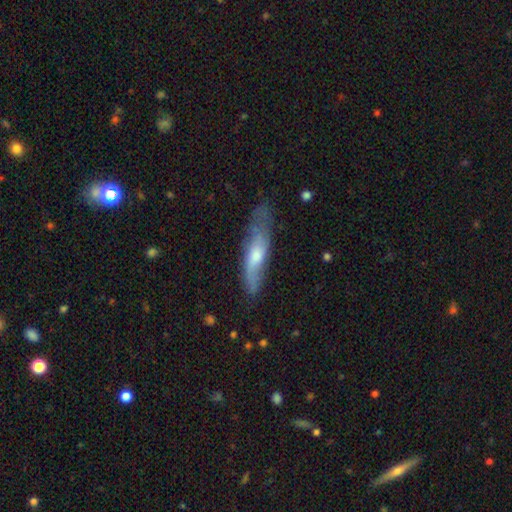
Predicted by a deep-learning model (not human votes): Overall: featured or disk (48%; smooth 46%). Merging: none (64%; minor disturbance 25%).